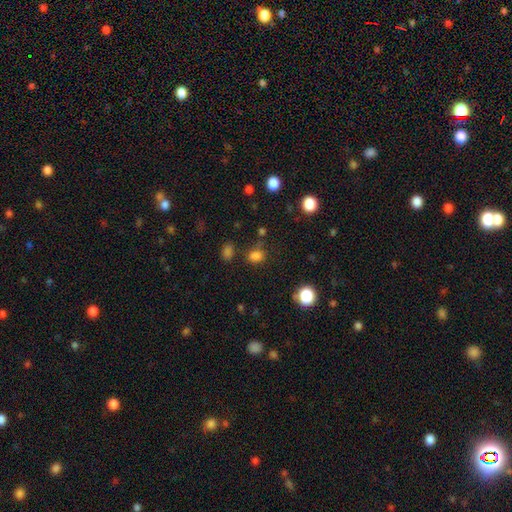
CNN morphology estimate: type=smooth (76%); roundness=in between (56%); merging=none (68%).